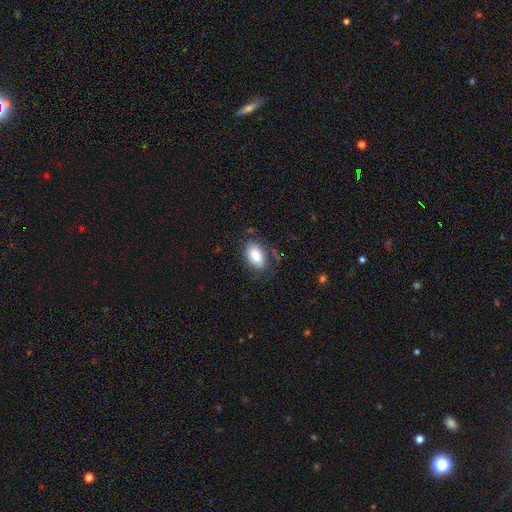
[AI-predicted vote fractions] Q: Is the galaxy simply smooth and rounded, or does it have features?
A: smooth — 81%.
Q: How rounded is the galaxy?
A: in between — 92%.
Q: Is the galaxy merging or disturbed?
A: none — 72%.